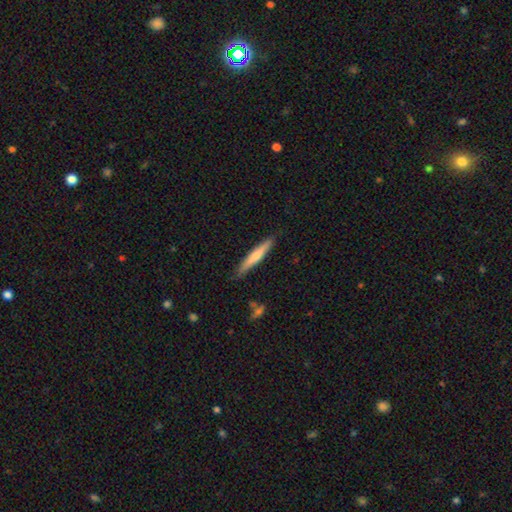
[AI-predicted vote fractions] The model was most divided on "smooth or featured": smooth: 48%, featured or disk: 46%, star or artifact: 6%. More confident: merging — none (88%).